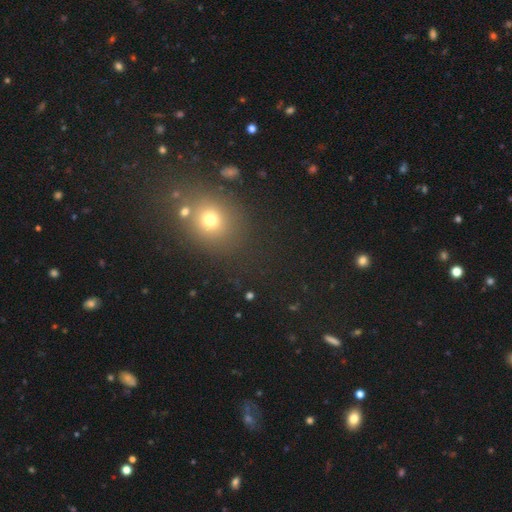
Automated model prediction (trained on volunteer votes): Overall: smooth (57%; star or artifact 35%). How rounded: round (71%). Merging: none (80%).